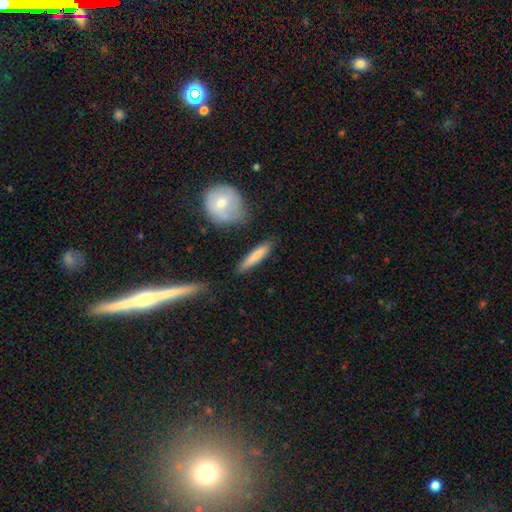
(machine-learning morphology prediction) The model was most divided on "smooth or featured": smooth: 77%, featured or disk: 17%, star or artifact: 5%. More confident: how rounded — cigar-shaped (88%); merging — none (83%).